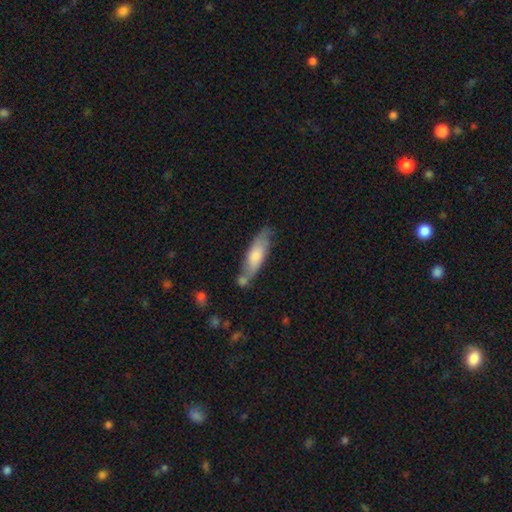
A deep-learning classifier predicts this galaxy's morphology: Smooth or featured?
  - smooth: 68% *
  - featured or disk: 27%
  - star or artifact: 6%
How rounded?
  - cigar-shaped: 55% *
  - in between: 43%
  - round: 2%
Merging?
  - none: 55% *
  - minor disturbance: 22%
  - merger: 17%
  - major disturbance: 6%